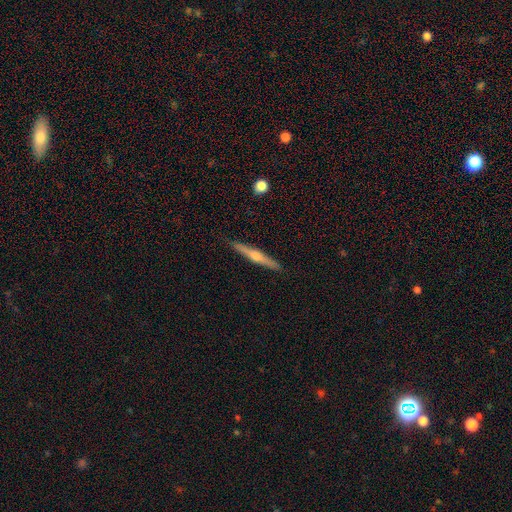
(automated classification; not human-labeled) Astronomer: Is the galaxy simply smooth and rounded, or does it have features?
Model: featured or disk — 68%.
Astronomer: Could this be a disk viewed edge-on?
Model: yes — 98%.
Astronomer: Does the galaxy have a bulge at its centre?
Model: rounded — 87%.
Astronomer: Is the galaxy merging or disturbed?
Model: none — 91%.